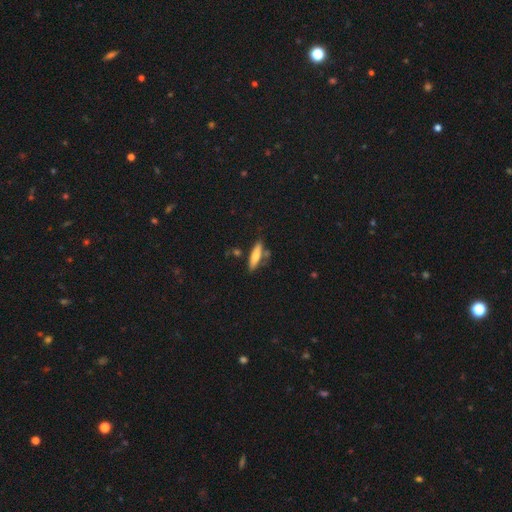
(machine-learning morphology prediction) This appears to be a smooth galaxy with no disk features (63%) that is cigar-shaped (73%). Merging: none (70%).